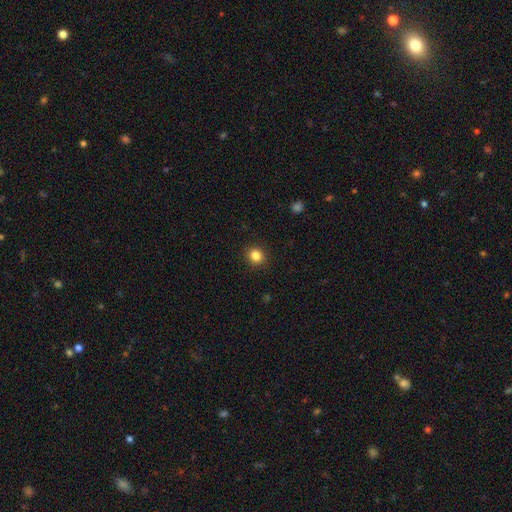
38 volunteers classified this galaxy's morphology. Smooth or featured?
  - smooth: 82% *
  - featured or disk: 11%
  - star or artifact: 8%
How rounded?
  - round: 84% *
  - in between: 16%
  - cigar-shaped: 0%
Merging?
  - none: 89% *
  - minor disturbance: 9%
  - major disturbance: 3%
  - merger: 0%